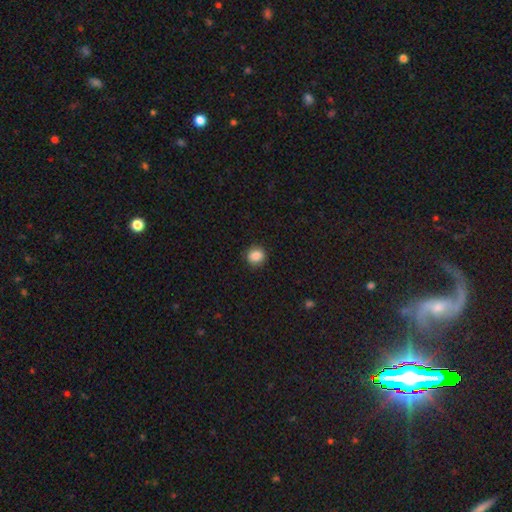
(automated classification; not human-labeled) Smooth or featured? Predicted: smooth (p=0.86). How rounded? Predicted: round (p=0.83). Merging? Predicted: none (p=0.90).